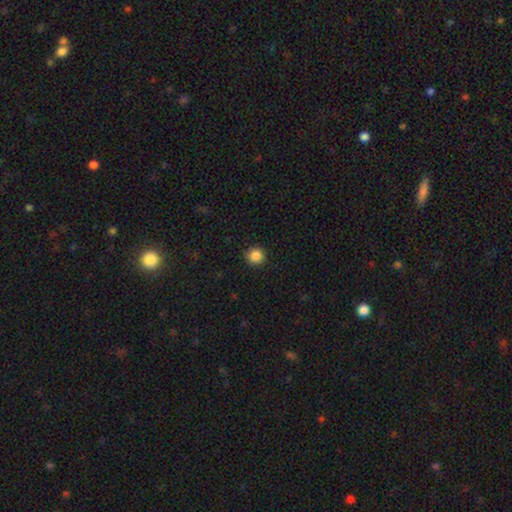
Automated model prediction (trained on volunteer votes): Smooth or featured? Predicted: smooth (p=0.86). How rounded? Predicted: round (p=0.94). Merging? Predicted: none (p=0.89).